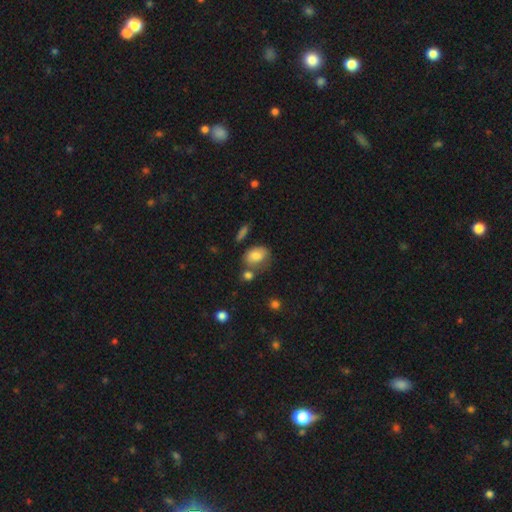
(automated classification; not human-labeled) Overall: smooth (79%). How rounded: in between (78%). Merging: none (50%; minor disturbance 24%).